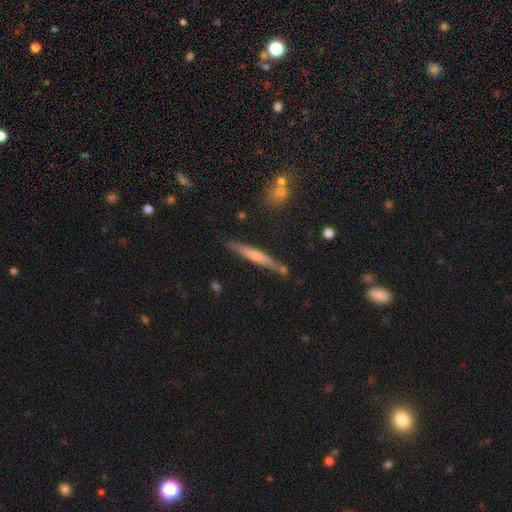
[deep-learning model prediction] Q: Smooth or featured?
A: smooth (49%); runner-up: featured or disk (45%)
Q: Merging?
A: none (80%); runner-up: minor disturbance (13%)